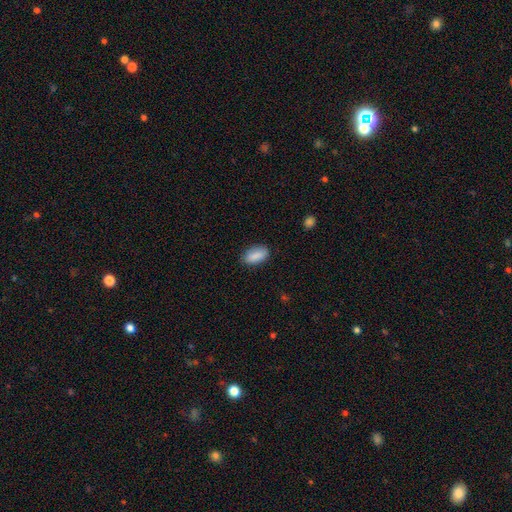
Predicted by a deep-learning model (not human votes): A smooth galaxy with no disk features (88%) that is in between round and cigar-shaped (90%).

Vote fractions:
- Smooth or featured? smooth: 88% / star or artifact: 7% / featured or disk: 6%
- How rounded? in between: 90% / cigar-shaped: 7% / round: 3%
- Merging? none: 84% / minor disturbance: 13% / major disturbance: 3% / merger: 1%